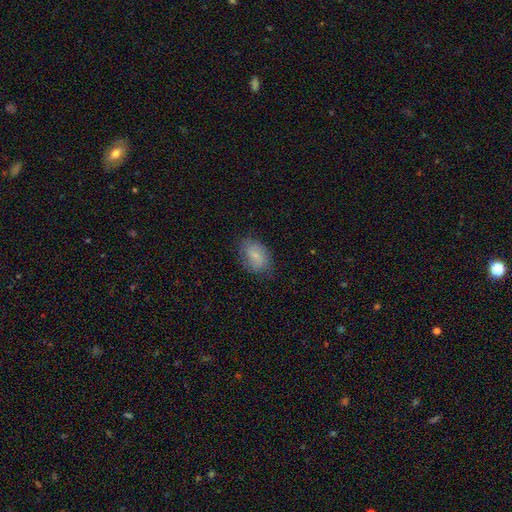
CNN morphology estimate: smooth_or_featured: smooth (p=0.71) [alt: featured or disk p=0.21]
how_rounded: in between (p=0.82) [alt: round p=0.16]
merging: none (p=0.72) [alt: minor disturbance p=0.20]